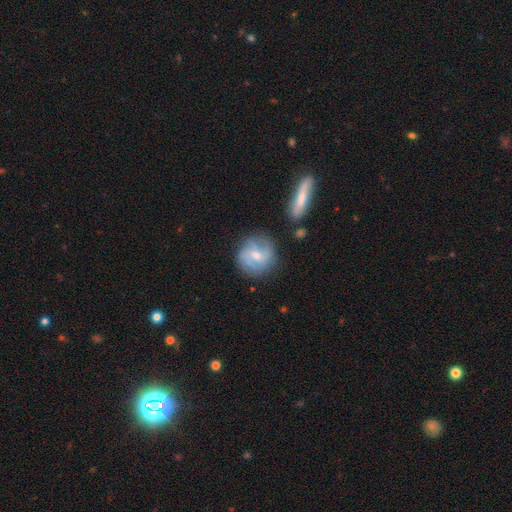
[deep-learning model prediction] Smooth or featured? featured or disk (63%)
Edge-on disk? no (97%)
Bar? weak (49%)
Spiral arms? yes (86%)
Spiral winding? medium (43%)
Spiral arm count? 2 (44%)
Bulge size? moderate (49%)
Merging? none (75%)